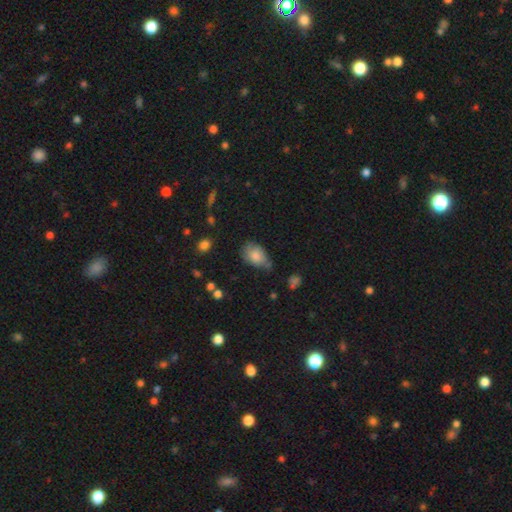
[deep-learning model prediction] This is likely a smooth galaxy (78%). How rounded: clearly in between (83%). Merging: possibly none (47%).